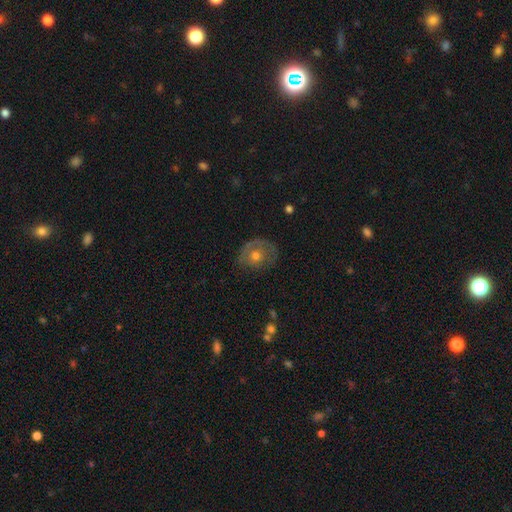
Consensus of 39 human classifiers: Smooth or featured? 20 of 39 (51%) said featured or disk. Edge-on disk? 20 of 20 (100%) said no. Bar? 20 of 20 (100%) said no. Spiral arms? 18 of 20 (90%) said no. Bulge size? 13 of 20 (65%) said moderate. Merging? 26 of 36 (72%) said none.